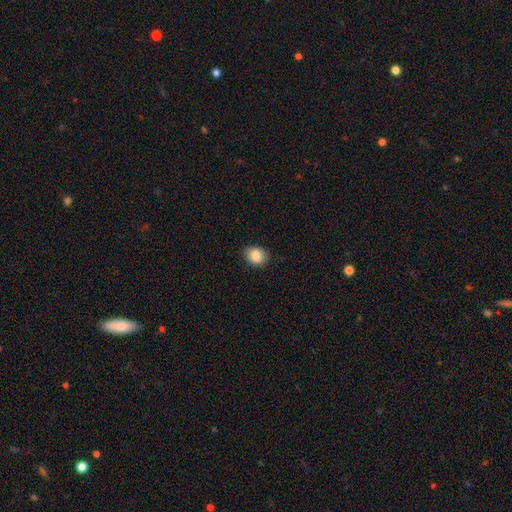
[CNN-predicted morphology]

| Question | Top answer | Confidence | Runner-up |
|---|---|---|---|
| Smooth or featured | smooth | 87% | star or artifact (8%) |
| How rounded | in between | 56% | round (43%) |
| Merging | none | 87% | minor disturbance (10%) |